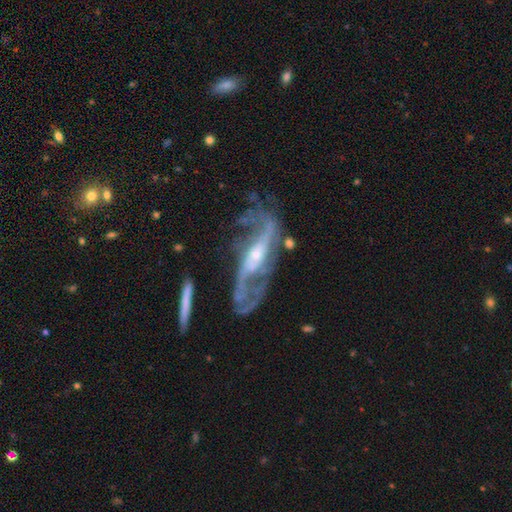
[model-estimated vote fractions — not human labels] smooth_or_featured: featured or disk (p=0.87) [alt: star or artifact p=0.07]
disk_edge_on: no (p=0.88) [alt: yes p=0.12]
bar: no (p=0.35) [alt: weak p=0.33]
has_spiral_arms: yes (p=0.93) [alt: no p=0.07]
spiral_winding: loose (p=0.51) [alt: medium p=0.35]
spiral_arm_count: 2 (p=0.75) [alt: can't tell p=0.11]
bulge_size: small (p=0.61) [alt: moderate p=0.33]
merging: none (p=0.52) [alt: major disturbance p=0.22]